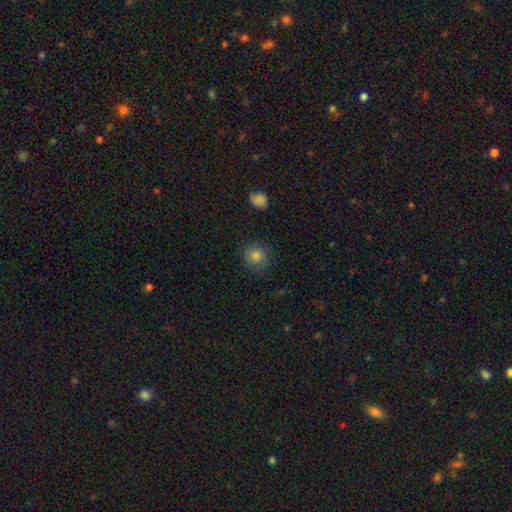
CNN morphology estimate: Smooth or featured? Predicted: smooth (p=0.80). How rounded? Predicted: round (p=0.89). Merging? Predicted: none (p=0.81).